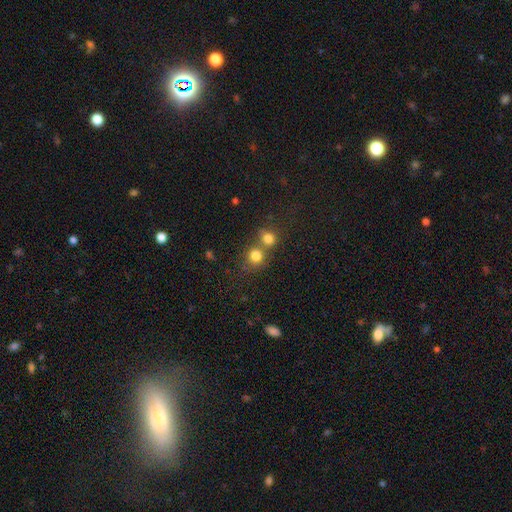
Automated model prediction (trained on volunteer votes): Morphology: type=smooth (80%); roundness=round (86%); merging=none (51%).